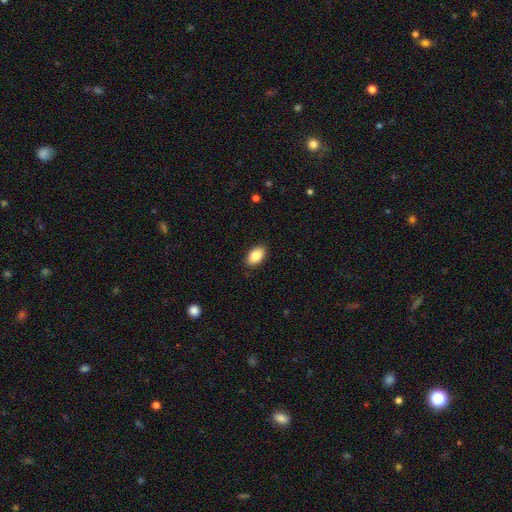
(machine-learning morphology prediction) A smooth galaxy with no disk features (87%) that is in between round and cigar-shaped (91%).

Vote fractions:
- Smooth or featured? smooth: 87% / star or artifact: 7% / featured or disk: 6%
- How rounded? in between: 91% / round: 8% / cigar-shaped: 1%
- Merging? none: 89% / minor disturbance: 8% / major disturbance: 2% / merger: 1%